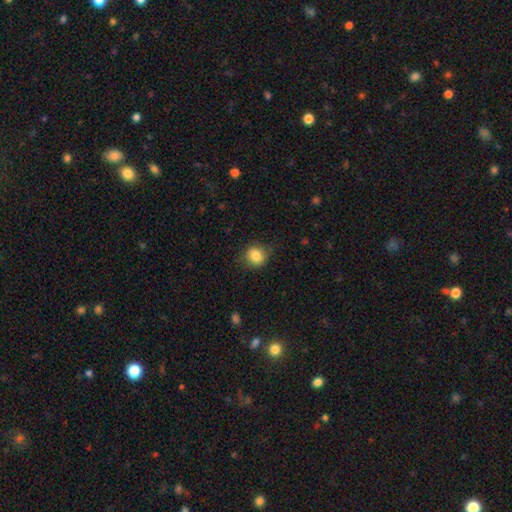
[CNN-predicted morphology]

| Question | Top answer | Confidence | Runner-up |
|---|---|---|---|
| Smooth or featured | smooth | 84% | star or artifact (10%) |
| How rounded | round | 79% | in between (20%) |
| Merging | none | 78% | minor disturbance (16%) |